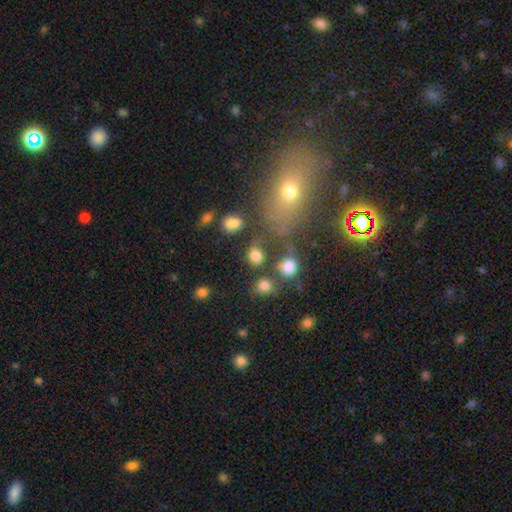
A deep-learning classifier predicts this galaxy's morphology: Smooth or featured? Predicted: smooth (p=0.77). How rounded? Predicted: round (p=0.58). Merging? Predicted: none (p=0.55).